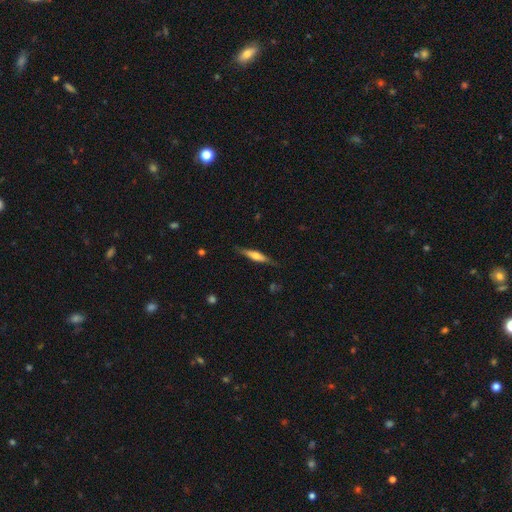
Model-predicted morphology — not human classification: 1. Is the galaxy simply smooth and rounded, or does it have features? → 56% featured or disk, 38% smooth, 6% star or artifact.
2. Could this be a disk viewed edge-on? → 94% yes, 6% no.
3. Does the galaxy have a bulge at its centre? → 83% rounded, 10% boxy, 7% none.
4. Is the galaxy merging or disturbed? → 83% none, 13% minor disturbance, 3% major disturbance, 1% merger.